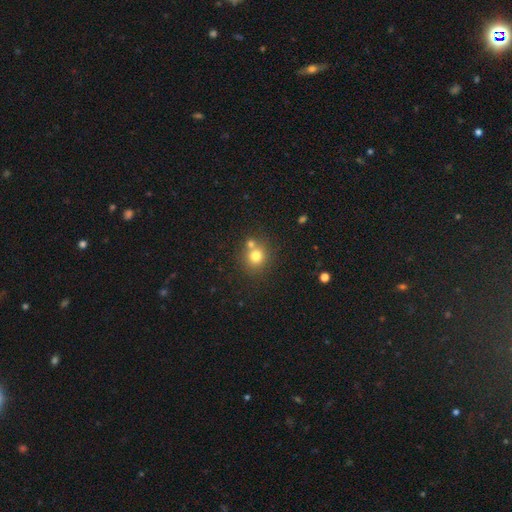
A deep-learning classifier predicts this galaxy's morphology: Smooth or featured? smooth (77%)
How rounded? round (84%)
Merging? none (61%)